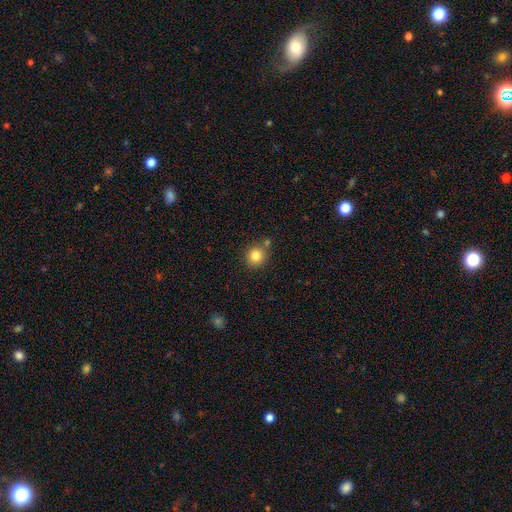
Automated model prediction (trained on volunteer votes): Smooth or featured?
  - smooth: 83% *
  - star or artifact: 11%
  - featured or disk: 7%
How rounded?
  - round: 87% *
  - in between: 13%
  - cigar-shaped: 1%
Merging?
  - none: 76% *
  - merger: 11%
  - minor disturbance: 11%
  - major disturbance: 3%